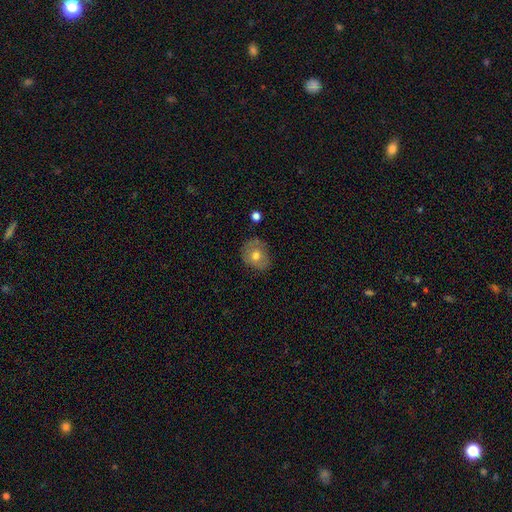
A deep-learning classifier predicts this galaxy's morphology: A smooth galaxy with no disk features (66%) that is round (60%). Merging: none (73%).